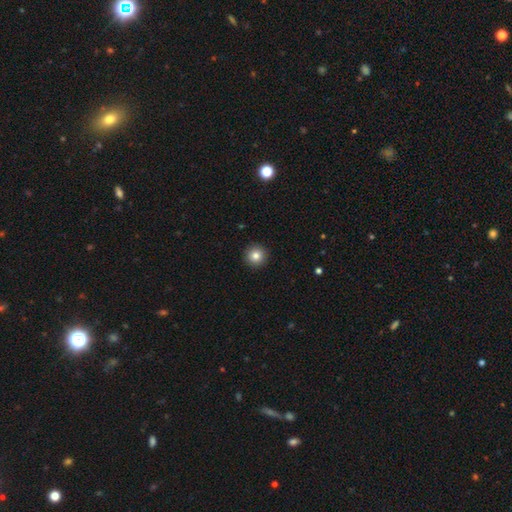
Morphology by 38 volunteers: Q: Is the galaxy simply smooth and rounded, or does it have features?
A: smooth — 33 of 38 (87%).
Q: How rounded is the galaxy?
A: round — 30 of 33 (91%).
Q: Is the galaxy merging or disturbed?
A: none — 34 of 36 (94%).